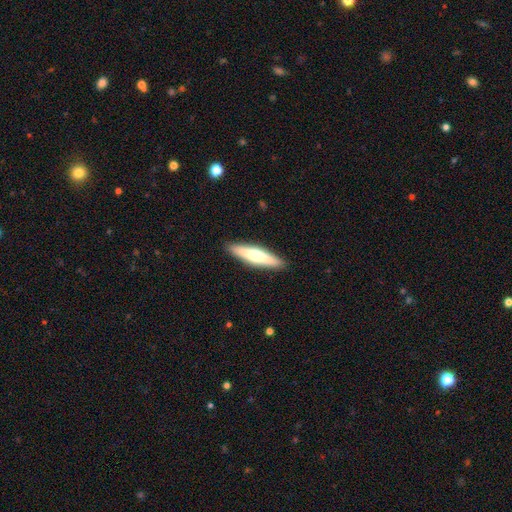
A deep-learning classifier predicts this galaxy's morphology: Smooth or featured?
  - smooth: 50% *
  - featured or disk: 45%
  - star or artifact: 5%
Merging?
  - none: 90% *
  - minor disturbance: 7%
  - major disturbance: 2%
  - merger: 1%